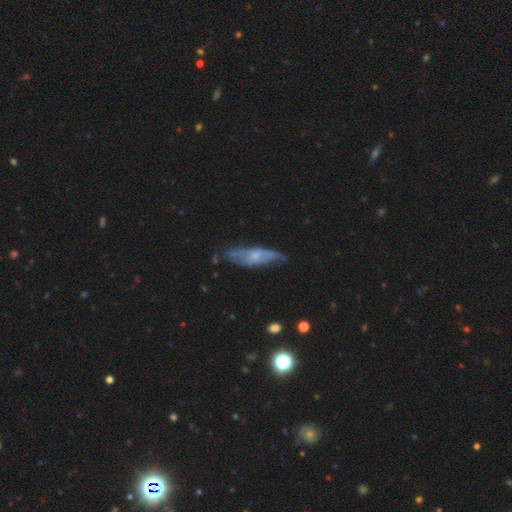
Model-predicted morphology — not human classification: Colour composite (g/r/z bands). It shows a featured or disk galaxy (60%). Merging: none (56%).